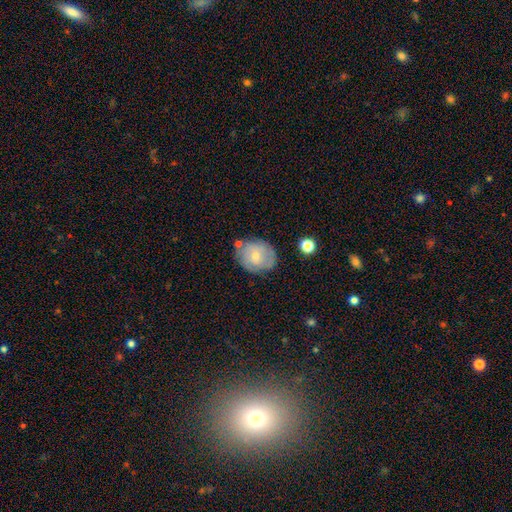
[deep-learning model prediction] This is possibly a smooth galaxy (53%). How rounded: likely round (64%). Merging: likely none (64%).